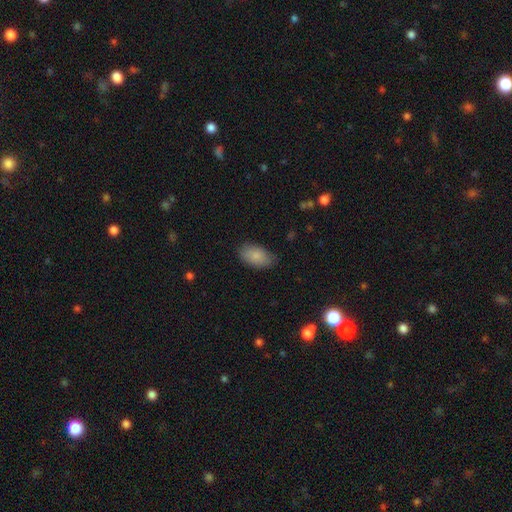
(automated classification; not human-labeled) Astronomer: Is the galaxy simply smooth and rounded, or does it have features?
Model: smooth — 86%.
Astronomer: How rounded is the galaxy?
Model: in between — 93%.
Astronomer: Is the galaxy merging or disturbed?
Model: none — 79%.